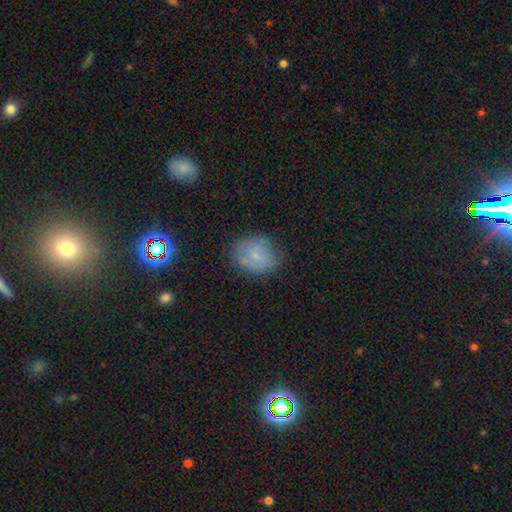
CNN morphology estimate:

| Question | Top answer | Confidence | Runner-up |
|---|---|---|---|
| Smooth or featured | smooth | 62% | featured or disk (23%) |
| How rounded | round | 57% | in between (42%) |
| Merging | none | 71% | minor disturbance (20%) |